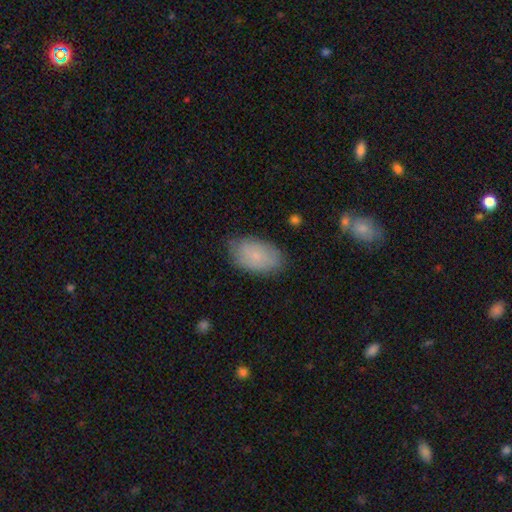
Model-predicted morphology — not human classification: smooth_or_featured: smooth (p=0.75) [alt: featured or disk p=0.18]
how_rounded: in between (p=0.93) [alt: round p=0.05]
merging: none (p=0.76) [alt: minor disturbance p=0.19]